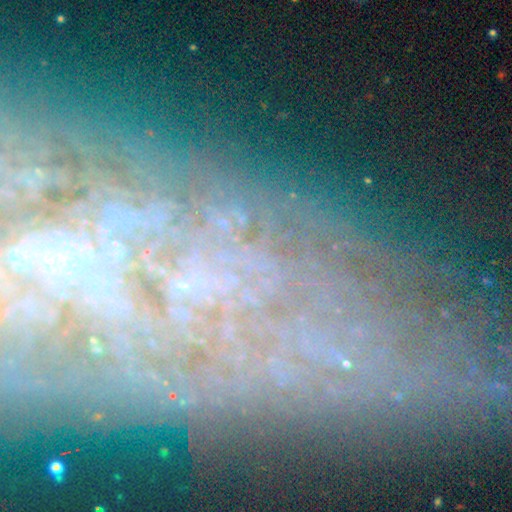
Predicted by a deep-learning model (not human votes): Smooth or featured? Predicted: featured or disk (p=0.49). Merging? Predicted: none (p=0.65).